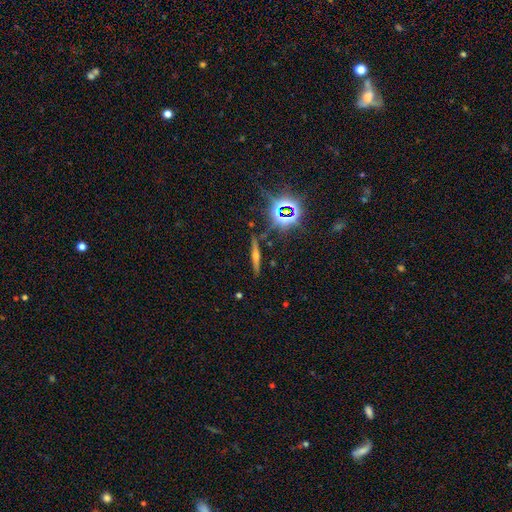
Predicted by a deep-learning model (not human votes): A featured or disk galaxy (50%) viewed edge-on (94%). Merging: none (86%).